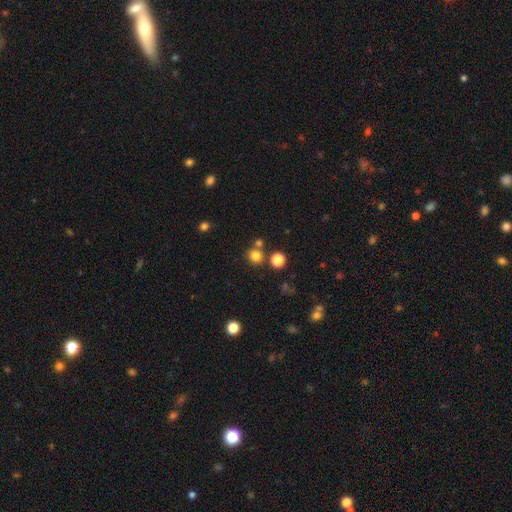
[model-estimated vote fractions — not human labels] Smooth or featured? smooth (79%)
How rounded? round (90%)
Merging? none (73%)